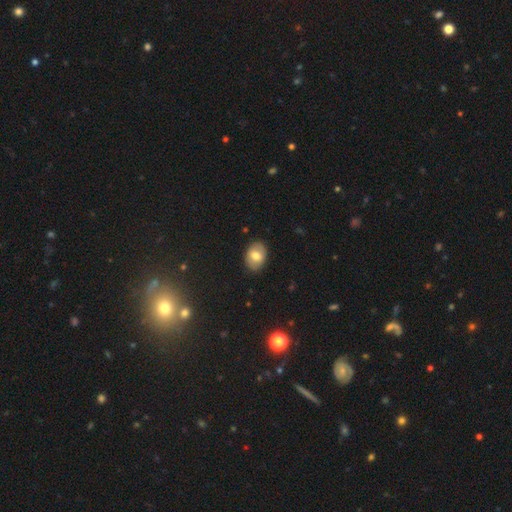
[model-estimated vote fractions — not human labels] Smooth or featured? Predicted: smooth (p=0.71). How rounded? Predicted: in between (p=0.77). Merging? Predicted: none (p=0.87).